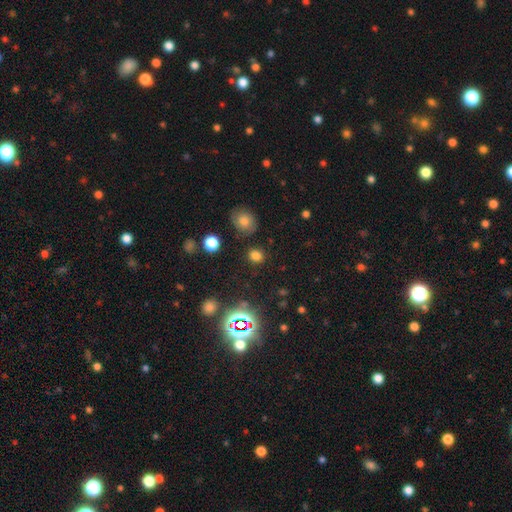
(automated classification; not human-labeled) Morphology: type=smooth (73%); roundness=round (73%); merging=none (84%).